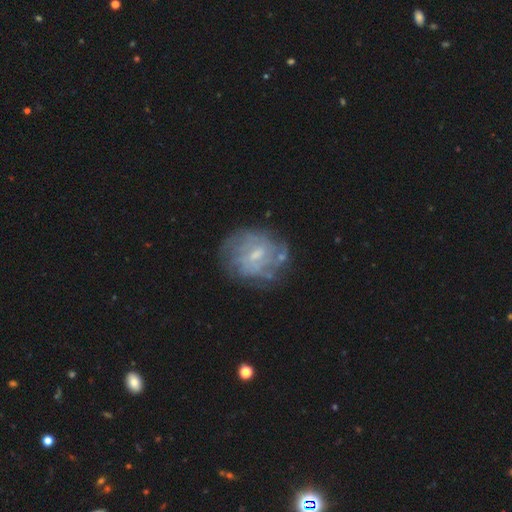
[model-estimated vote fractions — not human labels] The model was most divided on "bulge size": small: 48%, moderate: 33%, none: 15%, large: 2%, dominant: 1%. More confident: edge-on disk — no (97%); smooth or featured — featured or disk (70%); spiral arms — yes (68%); merging — none (66%); bar — weak (57%).